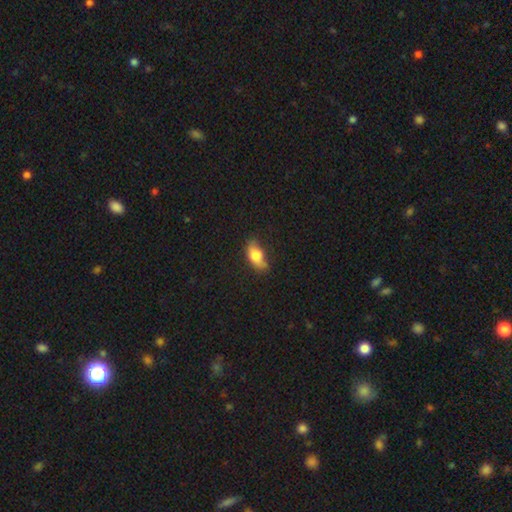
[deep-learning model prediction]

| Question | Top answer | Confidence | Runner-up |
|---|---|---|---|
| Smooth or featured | smooth | 76% | featured or disk (16%) |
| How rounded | in between | 84% | cigar-shaped (10%) |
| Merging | none | 56% | minor disturbance (32%) |